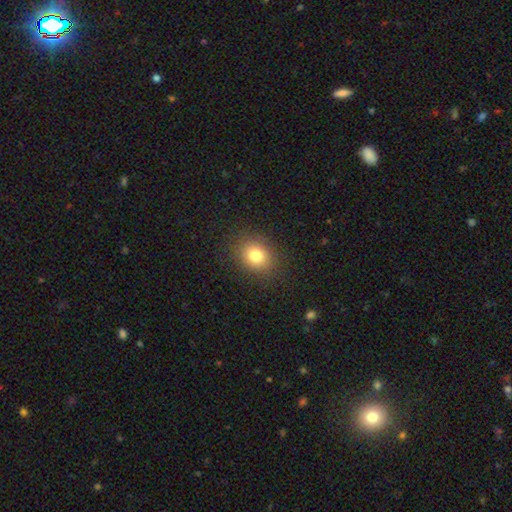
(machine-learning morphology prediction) This appears to be a smooth galaxy with no disk features (80%) that is round (63%). Merging: none (88%).